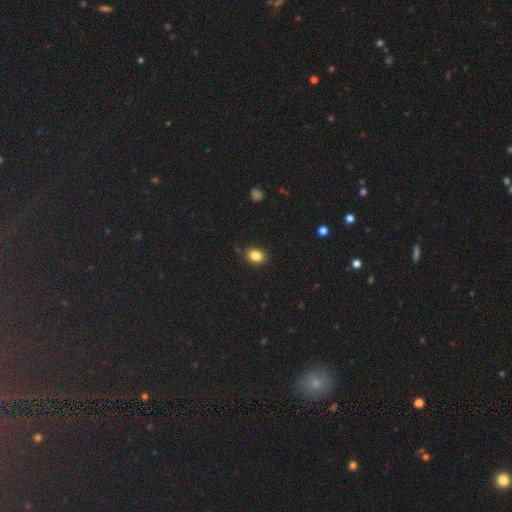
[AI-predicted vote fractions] The model was most divided on "how rounded": in between: 63%, round: 36%, cigar-shaped: 1%. More confident: merging — none (88%); smooth or featured — smooth (85%).